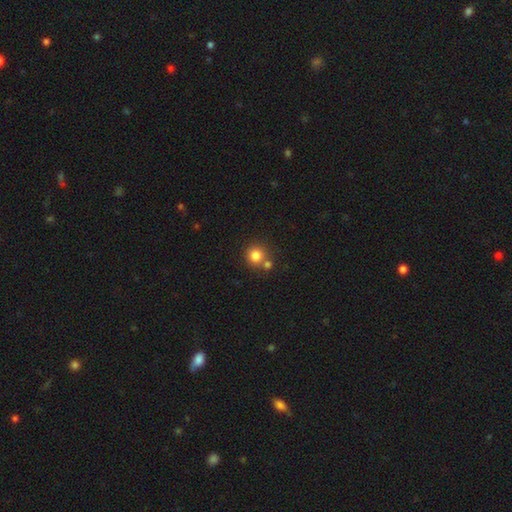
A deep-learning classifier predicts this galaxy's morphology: A smooth galaxy with no disk features (82%) that is round (92%).

Vote fractions:
- Smooth or featured? smooth: 82% / star or artifact: 11% / featured or disk: 7%
- How rounded? round: 92% / in between: 7% / cigar-shaped: 1%
- Merging? none: 66% / merger: 23% / minor disturbance: 8% / major disturbance: 3%